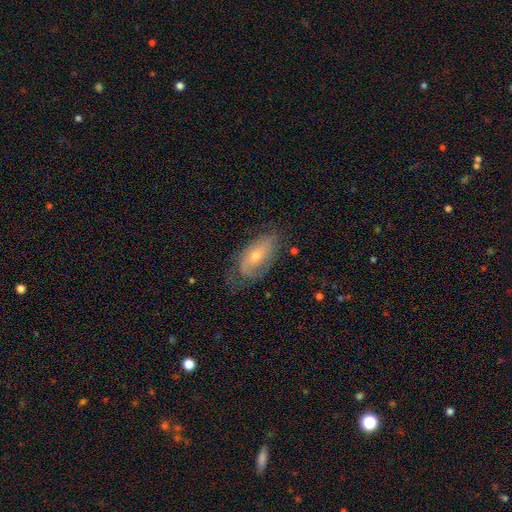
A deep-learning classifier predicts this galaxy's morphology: Smooth or featured?
  - featured or disk: 58% *
  - smooth: 35%
  - star or artifact: 8%
Edge-on disk?
  - no: 88% *
  - yes: 12%
Bar?
  - no: 65% *
  - weak: 26%
  - strong: 9%
Spiral arms?
  - yes: 75% *
  - no: 25%
Bulge size?
  - moderate: 49% *
  - small: 47%
  - large: 2%
  - none: 1%
  - dominant: 1%
Merging?
  - none: 55% *
  - minor disturbance: 28%
  - major disturbance: 15%
  - merger: 2%